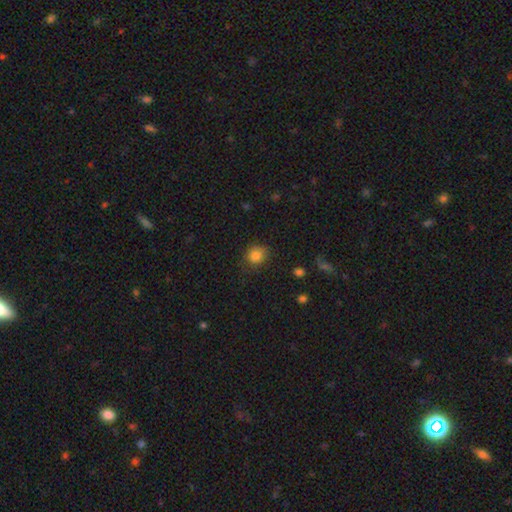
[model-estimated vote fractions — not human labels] A smooth galaxy with no disk features (83%) that is round (76%).

Vote fractions:
- Smooth or featured? smooth: 83% / star or artifact: 12% / featured or disk: 5%
- How rounded? round: 76% / in between: 24% / cigar-shaped: 1%
- Merging? none: 76% / minor disturbance: 18% / major disturbance: 5% / merger: 1%